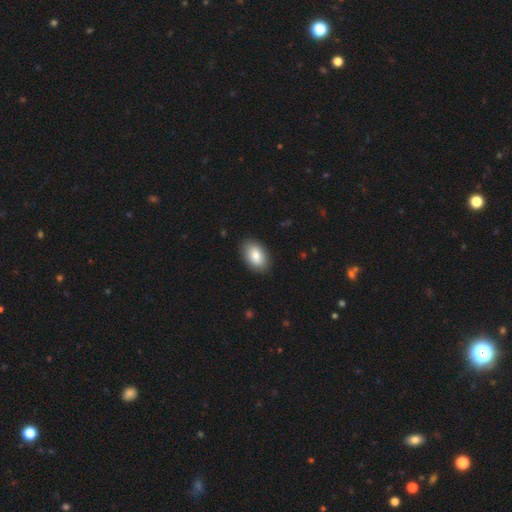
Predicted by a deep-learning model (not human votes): smooth 84%, featured or disk 9%, star or artifact 6%. Down the decision tree: how rounded — in between (91%); merging — none (89%).